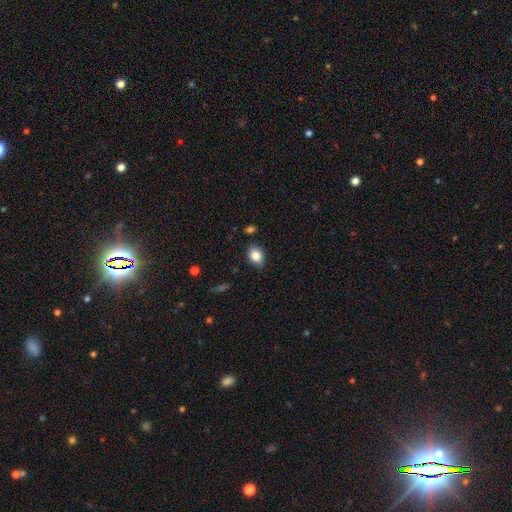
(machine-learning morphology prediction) smooth-or-featured: smooth: 83% | star or artifact: 9% | featured or disk: 8%
  how-rounded: in between: 71% | round: 28% | cigar-shaped: 1%
  merging: none: 82% | minor disturbance: 13% | major disturbance: 2% | merger: 2%